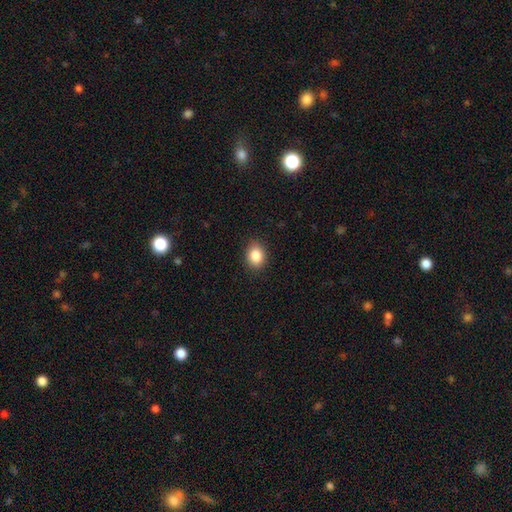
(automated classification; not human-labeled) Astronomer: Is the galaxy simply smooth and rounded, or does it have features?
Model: smooth — 85%.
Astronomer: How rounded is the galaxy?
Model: in between — 53% (runner-up: round, 46%).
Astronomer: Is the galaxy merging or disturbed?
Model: none — 87%.